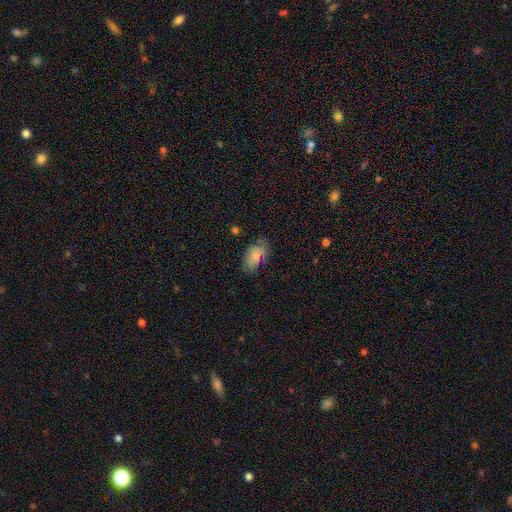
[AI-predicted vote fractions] This appears to be a smooth galaxy with no disk features (78%) that is in between round and cigar-shaped (92%). Merging: none (71%).